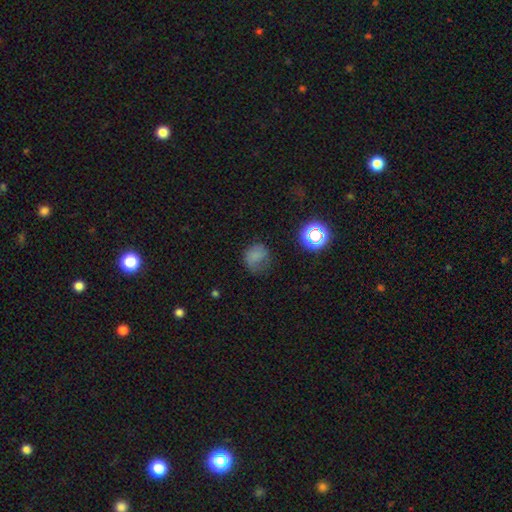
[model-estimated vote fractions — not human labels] This appears to be a smooth galaxy with no disk features (68%) that is round (70%). Merging: none (53%).